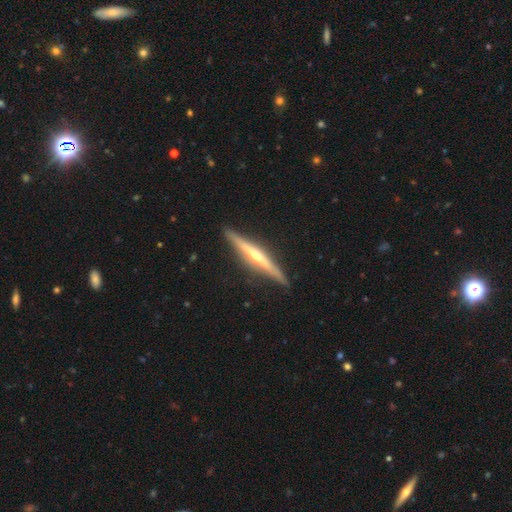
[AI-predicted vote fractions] Overall: featured or disk (77%). Edge-on disk: yes (98%). Edge-on bulge: rounded (81%). Merging: none (90%).